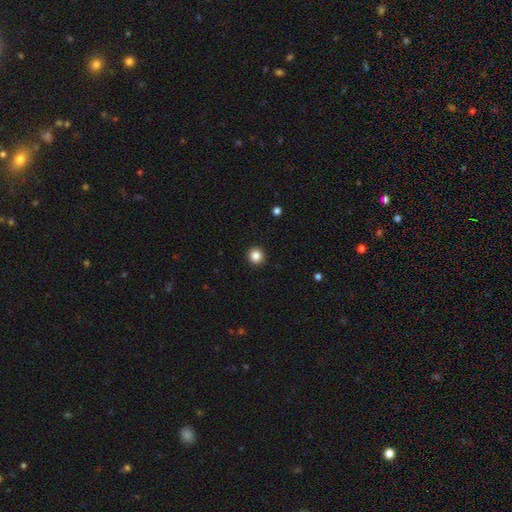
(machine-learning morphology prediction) Smooth or featured? Predicted: smooth (p=0.86). How rounded? Predicted: round (p=0.95). Merging? Predicted: none (p=0.93).